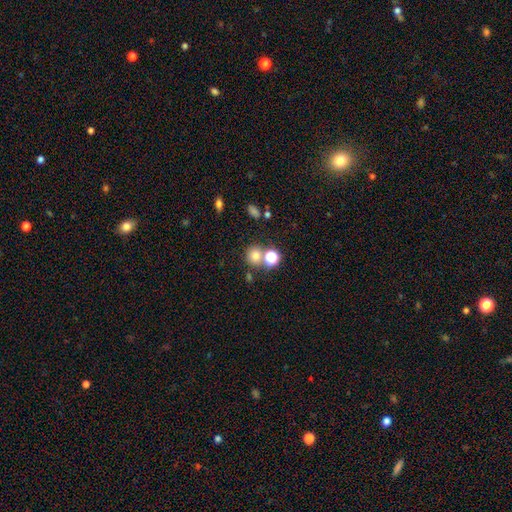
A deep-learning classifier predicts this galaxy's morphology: smooth-or-featured: smooth: 73% | star or artifact: 19% | featured or disk: 8%
  how-rounded: round: 86% | in between: 13% | cigar-shaped: 1%
  merging: none: 63% | merger: 25% | minor disturbance: 8% | major disturbance: 4%